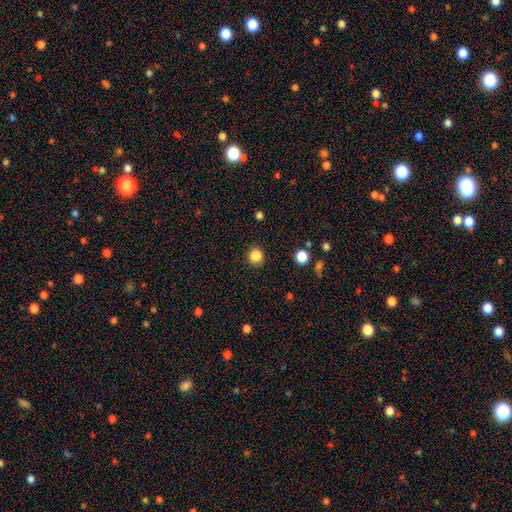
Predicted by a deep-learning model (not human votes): smooth_or_featured: smooth (p=0.86) [alt: star or artifact p=0.11]
how_rounded: round (p=0.89) [alt: in between p=0.10]
merging: none (p=0.88) [alt: minor disturbance p=0.08]